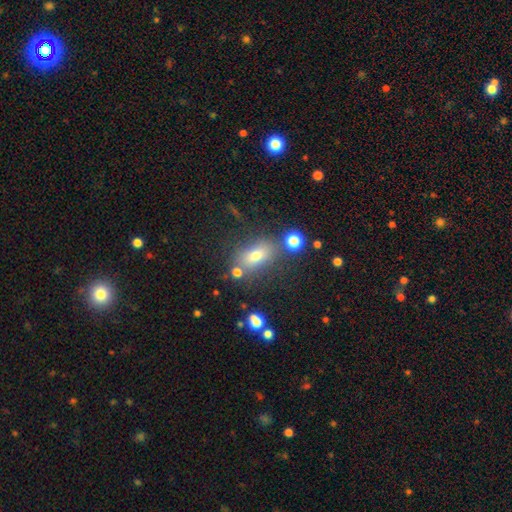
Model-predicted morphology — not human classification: Overall: smooth (68%). How rounded: in between (78%). Merging: none (71%).